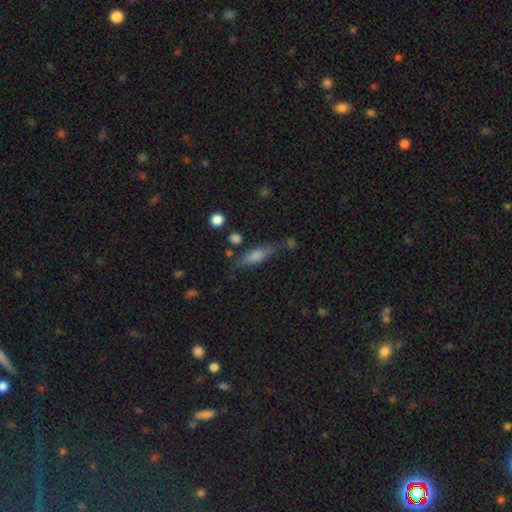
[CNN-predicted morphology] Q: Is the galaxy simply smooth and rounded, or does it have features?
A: smooth — 66%.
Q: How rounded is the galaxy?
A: cigar-shaped — 61%.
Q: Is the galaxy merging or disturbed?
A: none — 74%.